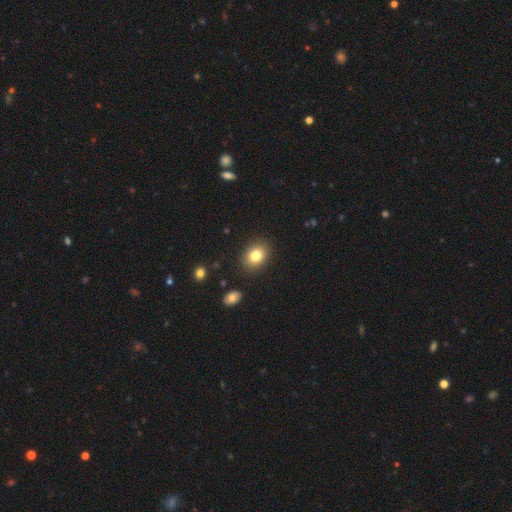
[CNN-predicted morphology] Overall: smooth (82%). How rounded: in between (56%; round 43%). Merging: none (87%).